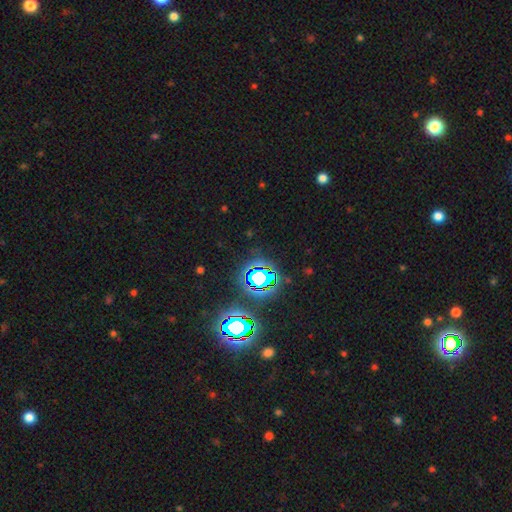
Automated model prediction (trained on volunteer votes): Overall: star or artifact (80%).